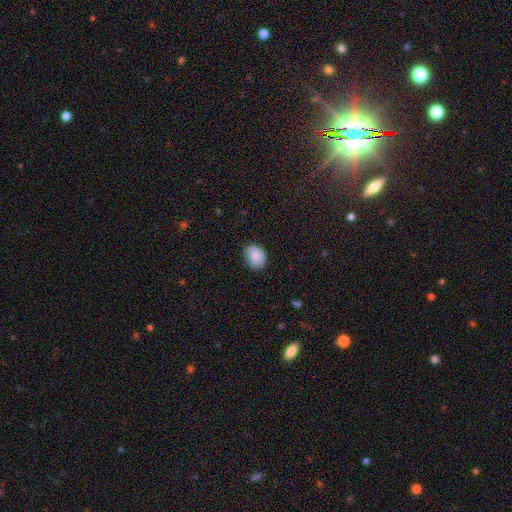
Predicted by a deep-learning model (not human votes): Morphology: type=smooth (86%); roundness=in between (61%); merging=none (77%).